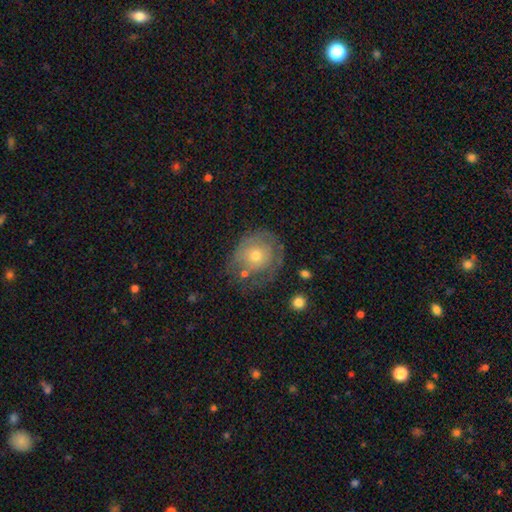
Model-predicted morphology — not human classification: smooth-or-featured: featured or disk: 50% | smooth: 42% | star or artifact: 8%
  merging: none: 53% | minor disturbance: 25% | major disturbance: 17% | merger: 5%